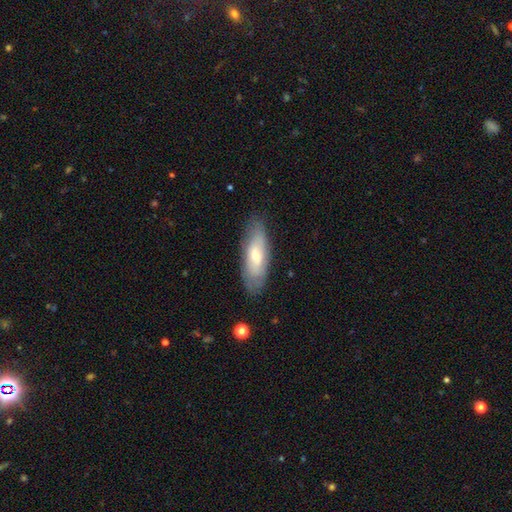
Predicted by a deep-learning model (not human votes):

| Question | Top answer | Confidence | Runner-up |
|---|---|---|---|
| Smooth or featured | smooth | 54% | featured or disk (40%) |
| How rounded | in between | 62% | cigar-shaped (36%) |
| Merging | none | 80% | minor disturbance (15%) |